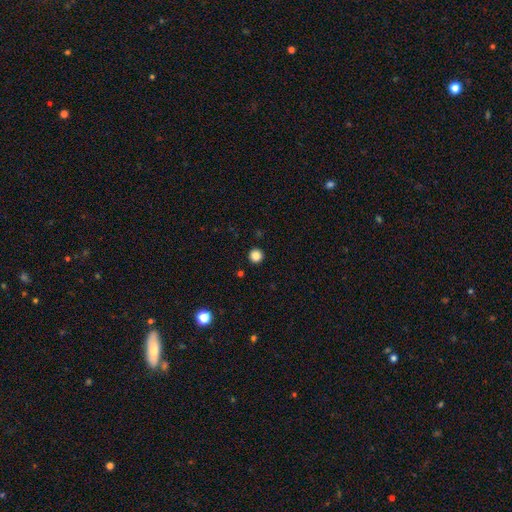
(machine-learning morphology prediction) smooth 86%, star or artifact 11%, featured or disk 3%. Down the decision tree: how rounded — round (96%); merging — none (93%).